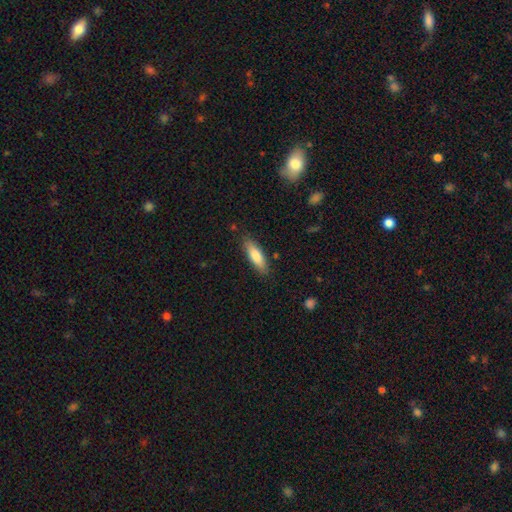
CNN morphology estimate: smooth-or-featured: smooth: 79% | featured or disk: 15% | star or artifact: 6%
  how-rounded: cigar-shaped: 52% | in between: 46% | round: 2%
  merging: none: 84% | minor disturbance: 12% | major disturbance: 2% | merger: 1%